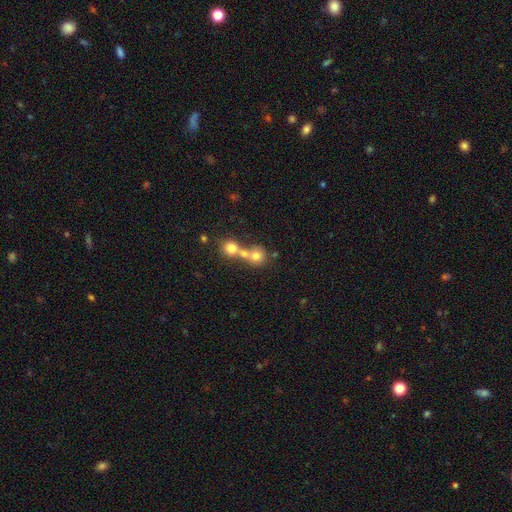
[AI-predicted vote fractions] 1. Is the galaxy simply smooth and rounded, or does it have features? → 71% smooth, 15% featured or disk, 14% star or artifact.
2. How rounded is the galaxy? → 85% round, 14% in between, 1% cigar-shaped.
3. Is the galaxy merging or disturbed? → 53% merger, 38% none, 6% minor disturbance, 3% major disturbance.